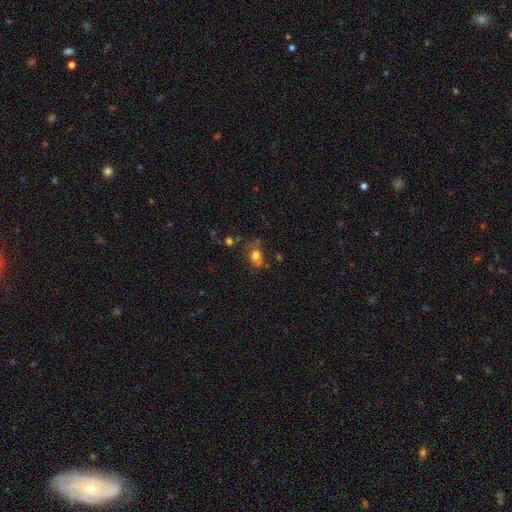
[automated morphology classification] This appears to be a smooth galaxy with no disk features (68%) that is round (50%). Merging: none (41%).